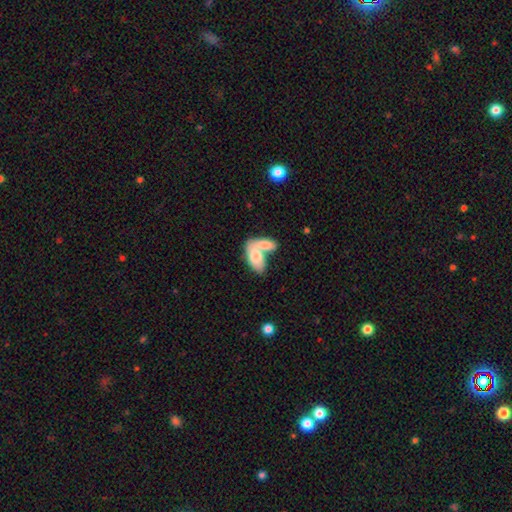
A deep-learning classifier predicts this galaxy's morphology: This appears to be a smooth galaxy with no disk features (72%) that is in between round and cigar-shaped (91%). Merging: merger (70%).